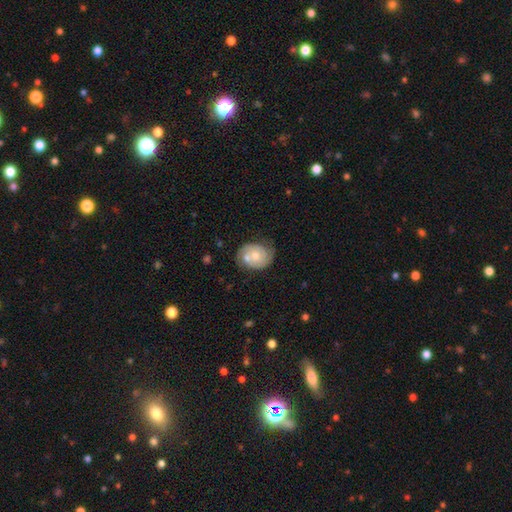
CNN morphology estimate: This is possibly a featured or disk galaxy (57%). It is clearly not viewed edge-on (97%). Bar: likely no (79%). Spiral arm pattern: likely yes (79%). Central bulge: possibly moderate (53%). Merging: possibly none (49%).